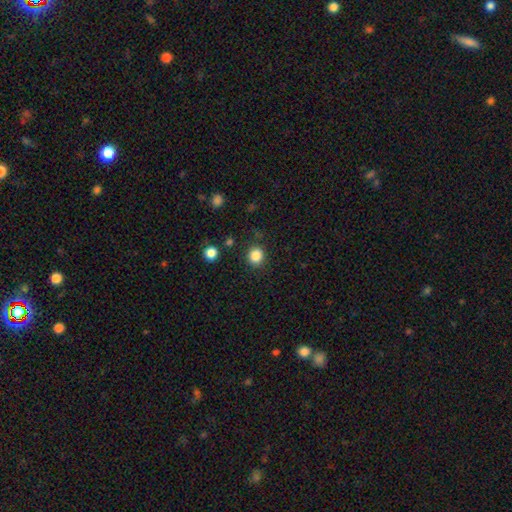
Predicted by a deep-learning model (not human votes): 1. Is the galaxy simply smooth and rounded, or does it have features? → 85% smooth, 11% star or artifact, 4% featured or disk.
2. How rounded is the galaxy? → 84% round, 15% in between, 1% cigar-shaped.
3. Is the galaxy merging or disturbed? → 87% none, 8% minor disturbance, 3% major disturbance, 2% merger.